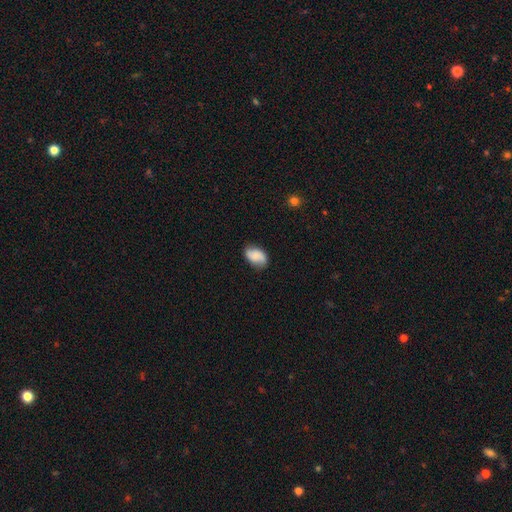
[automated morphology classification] This is likely a smooth galaxy (66%). How rounded: clearly in between (88%). Merging: likely none (70%).